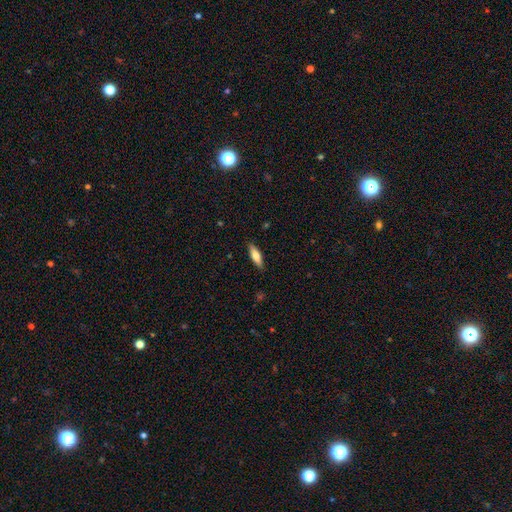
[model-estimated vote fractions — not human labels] Smooth or featured? Predicted: smooth (p=0.68). How rounded? Predicted: in between (p=0.51). Merging? Predicted: none (p=0.88).